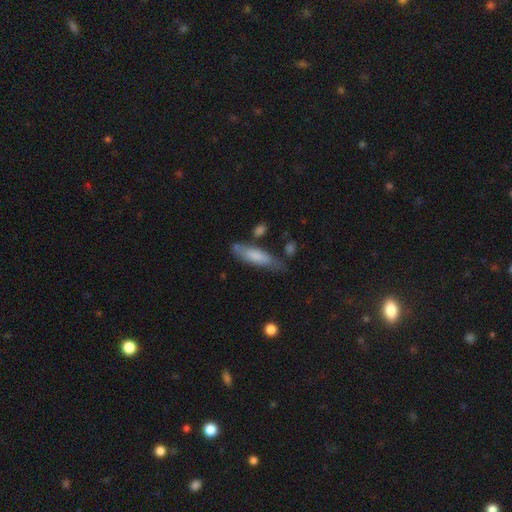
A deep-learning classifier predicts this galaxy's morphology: A smooth galaxy with no disk features (71%) that is cigar-shaped (59%).

Vote fractions:
- Smooth or featured? smooth: 71% / featured or disk: 23% / star or artifact: 6%
- How rounded? cigar-shaped: 59% / in between: 39% / round: 2%
- Merging? none: 62% / minor disturbance: 24% / major disturbance: 7% / merger: 7%